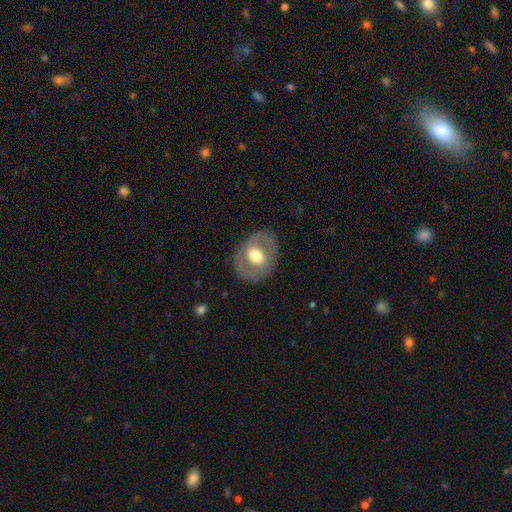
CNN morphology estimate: A featured or disk galaxy (58%) with no bar (58%), no spiral arms (68%) and a moderate central bulge (58%).

Vote fractions:
- Smooth or featured? featured or disk: 58% / smooth: 36% / star or artifact: 6%
- Edge-on disk? no: 95% / yes: 5%
- Bar? no: 58% / weak: 30% / strong: 12%
- Spiral arms? no: 68% / yes: 32%
- Bulge size? moderate: 58% / large: 34% / small: 5% / dominant: 2% / none: 1%
- Merging? none: 82% / minor disturbance: 11% / major disturbance: 6% / merger: 1%